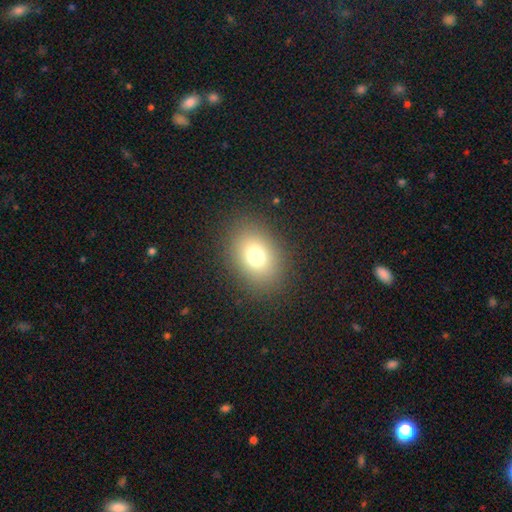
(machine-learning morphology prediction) Smooth or featured: smooth — 74% (star or artifact — 15%)
How rounded: in between — 61% (round — 38%)
Merging: none — 86% (minor disturbance — 9%)